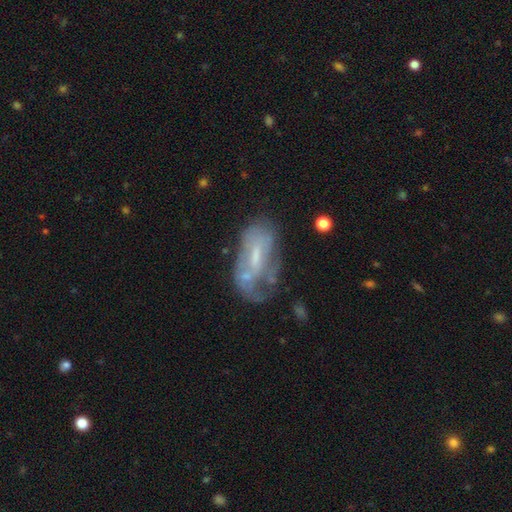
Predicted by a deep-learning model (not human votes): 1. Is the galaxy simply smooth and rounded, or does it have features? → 61% featured or disk, 29% smooth, 9% star or artifact.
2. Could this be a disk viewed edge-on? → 92% no, 8% yes.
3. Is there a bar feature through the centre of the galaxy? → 42% weak, 41% no, 17% strong.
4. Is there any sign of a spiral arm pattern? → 55% no, 45% yes.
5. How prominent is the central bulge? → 44% small, 32% moderate, 20% none, 3% large, 1% dominant.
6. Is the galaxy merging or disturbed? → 38% none, 26% minor disturbance, 26% major disturbance, 10% merger.